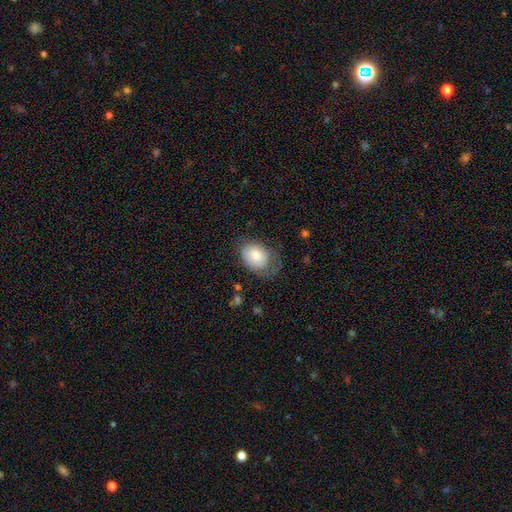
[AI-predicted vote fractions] This appears to be a smooth galaxy with no disk features (72%) that is in between round and cigar-shaped (72%). Merging: none (44%).